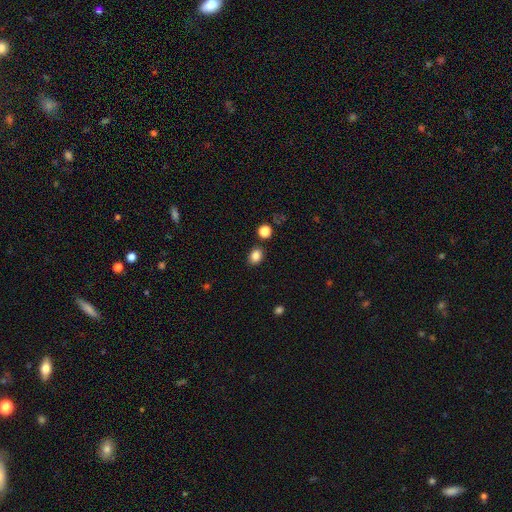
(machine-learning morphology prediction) A smooth galaxy with no disk features (84%) that is in between round and cigar-shaped (52%). Merging: none (84%).